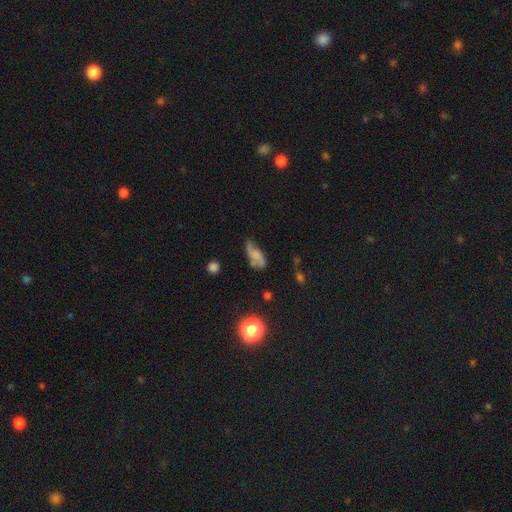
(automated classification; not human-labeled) smooth-or-featured: smooth: 46% | featured or disk: 43% | star or artifact: 12%
  merging: none: 46% | minor disturbance: 29% | major disturbance: 18% | merger: 8%